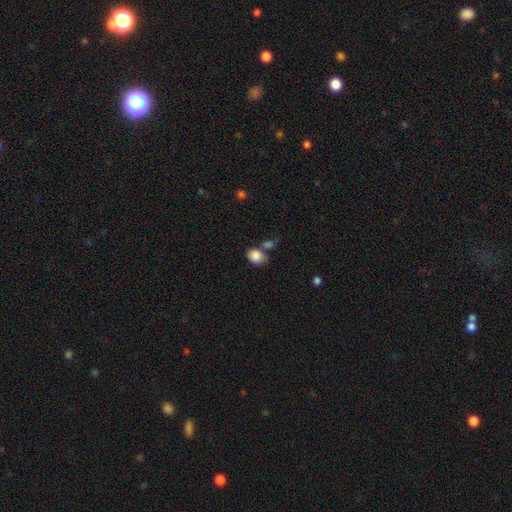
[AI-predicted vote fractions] Smooth or featured? Predicted: smooth (p=0.87). How rounded? Predicted: in between (p=0.51). Merging? Predicted: none (p=0.53).